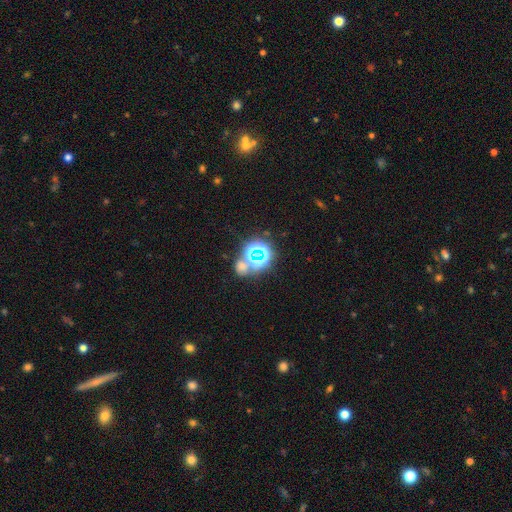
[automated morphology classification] A star or artifact, not a galaxy (64%).